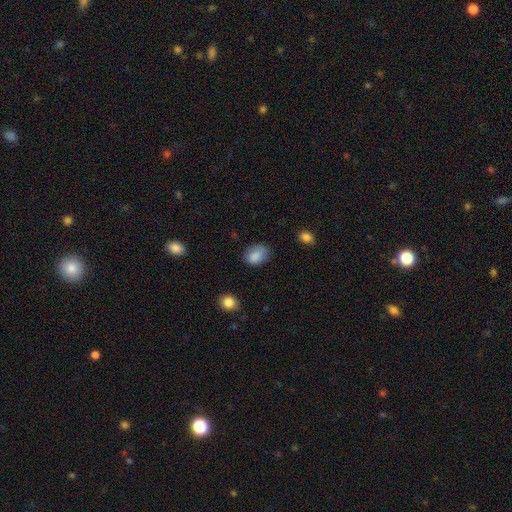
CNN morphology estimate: A smooth galaxy with no disk features (86%) that is in between round and cigar-shaped (72%). Merging: none (74%).